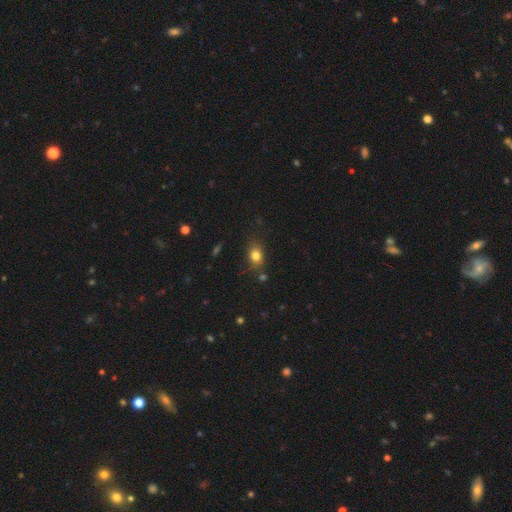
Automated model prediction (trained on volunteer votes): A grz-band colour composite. It shows a smooth galaxy with no disk features (79%) that is in between round and cigar-shaped (64%). Merging: none (75%).